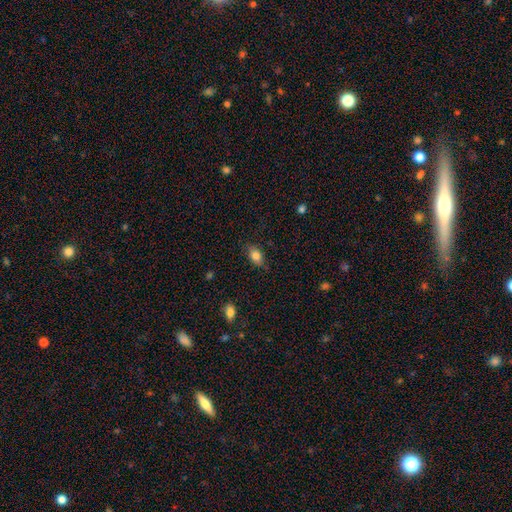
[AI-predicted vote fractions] Q: Smooth or featured?
A: smooth (81%); runner-up: featured or disk (10%)
Q: How rounded?
A: in between (84%); runner-up: round (12%)
Q: Merging?
A: none (79%); runner-up: minor disturbance (16%)